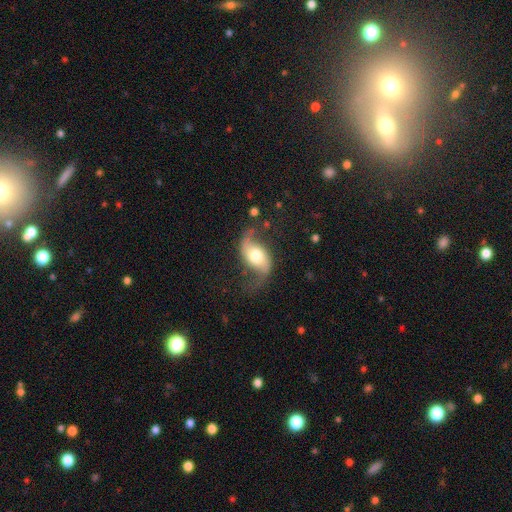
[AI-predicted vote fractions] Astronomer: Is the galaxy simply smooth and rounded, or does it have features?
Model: featured or disk — 80%.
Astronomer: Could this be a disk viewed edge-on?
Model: no — 96%.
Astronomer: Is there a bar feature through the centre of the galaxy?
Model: no — 51% (runner-up: weak, 32%).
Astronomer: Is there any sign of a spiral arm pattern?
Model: yes — 94%.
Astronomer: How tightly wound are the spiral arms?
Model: loose — 82%.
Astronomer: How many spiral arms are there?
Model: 2 — 93%.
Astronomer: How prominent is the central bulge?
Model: moderate — 58%.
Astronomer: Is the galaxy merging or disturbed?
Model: none — 64%.